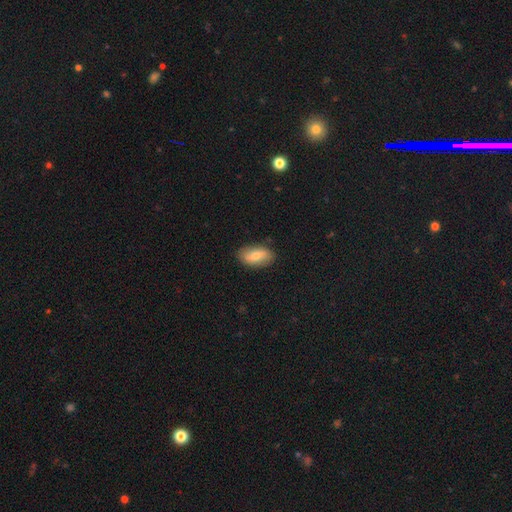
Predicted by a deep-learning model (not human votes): smooth 69%, featured or disk 25%, star or artifact 6%. Down the decision tree: how rounded — in between (92%); merging — none (85%).